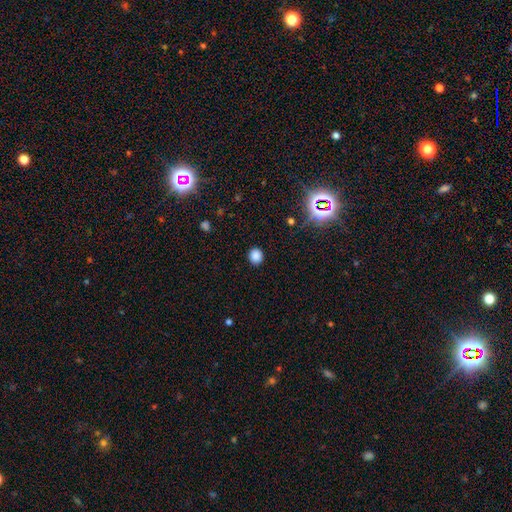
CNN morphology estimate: type=smooth (82%); roundness=round (82%); merging=none (90%).